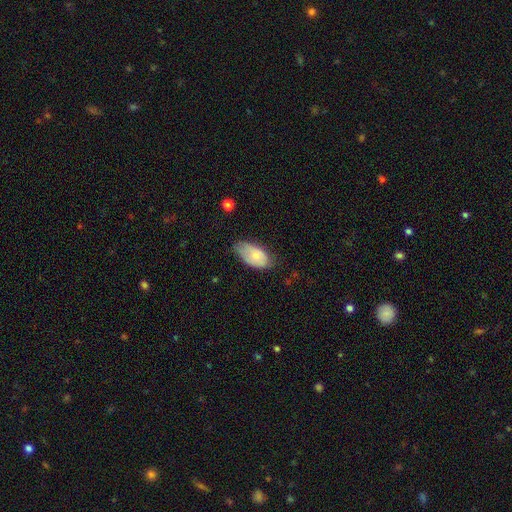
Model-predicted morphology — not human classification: smooth-or-featured: smooth: 72% | featured or disk: 21% | star or artifact: 7%
  how-rounded: in between: 94% | round: 4% | cigar-shaped: 2%
  merging: none: 45% | minor disturbance: 42% | major disturbance: 11% | merger: 2%